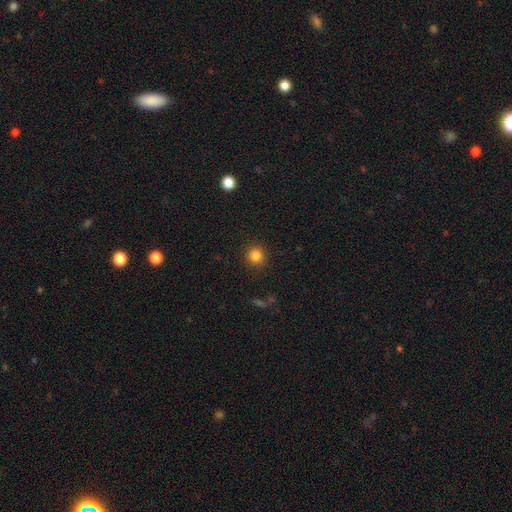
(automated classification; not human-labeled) The model was most divided on "smooth or featured": smooth: 83%, star or artifact: 12%, featured or disk: 5%. More confident: how rounded — round (92%); merging — none (90%).